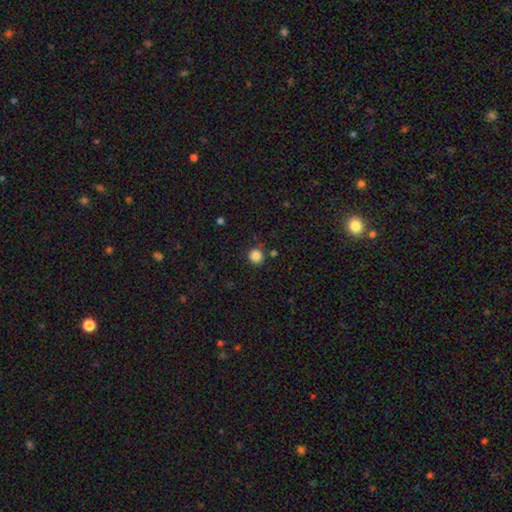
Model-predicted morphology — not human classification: A smooth galaxy with no disk features (86%) that is round (93%). Merging: none (86%).